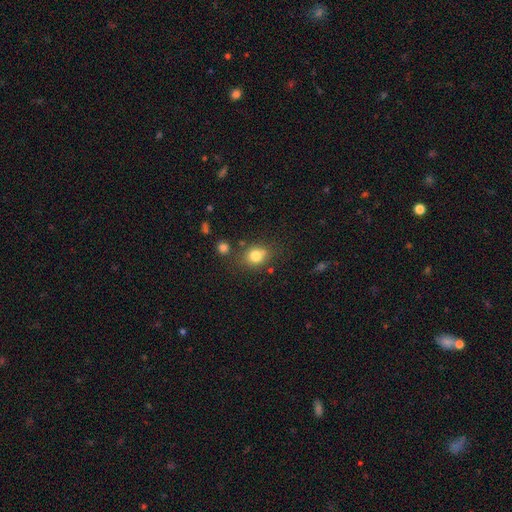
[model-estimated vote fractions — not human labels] Smooth or featured? Predicted: smooth (p=0.80). How rounded? Predicted: round (p=0.56). Merging? Predicted: none (p=0.69).